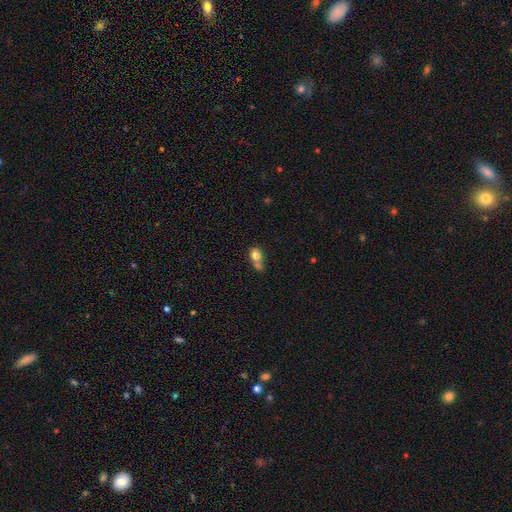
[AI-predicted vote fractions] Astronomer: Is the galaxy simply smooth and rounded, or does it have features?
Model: smooth — 76%.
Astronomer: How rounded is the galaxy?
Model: round — 51% (runner-up: in between, 47%).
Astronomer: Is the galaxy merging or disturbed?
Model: merger — 53% (runner-up: none, 30%).